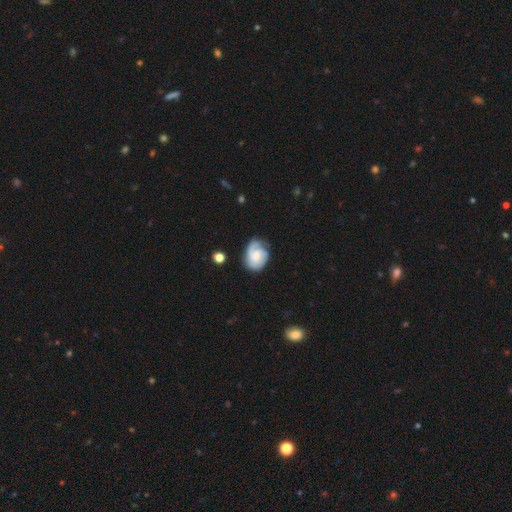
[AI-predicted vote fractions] Q: Smooth or featured?
A: featured or disk (62%); runner-up: smooth (31%)
Q: Edge-on disk?
A: no (97%); runner-up: yes (3%)
Q: Bar?
A: no (58%); runner-up: weak (35%)
Q: Spiral arms?
A: yes (91%); runner-up: no (9%)
Q: Spiral winding?
A: tight (48%); runner-up: medium (37%)
Q: Spiral arm count?
A: 2 (37%); runner-up: 1 (24%)
Q: Bulge size?
A: small (35%); runner-up: moderate (33%)
Q: Merging?
A: none (60%); runner-up: minor disturbance (26%)